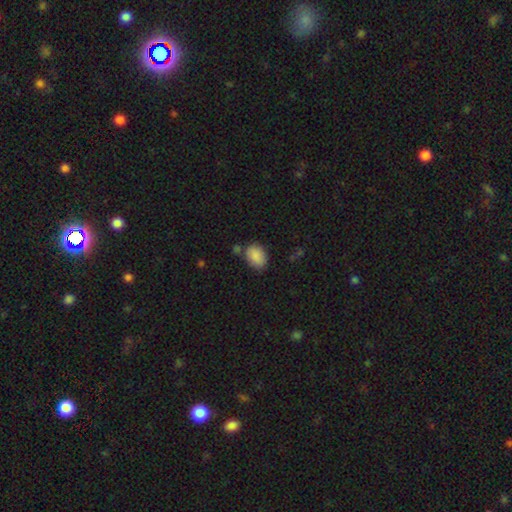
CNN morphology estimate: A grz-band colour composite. It shows a smooth galaxy with no disk features (88%) that is in between round and cigar-shaped (74%). Merging: none (69%).